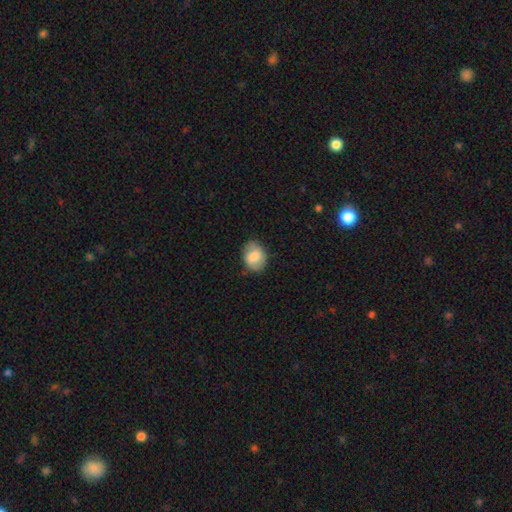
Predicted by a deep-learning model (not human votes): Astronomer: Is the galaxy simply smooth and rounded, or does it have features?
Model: smooth — 76%.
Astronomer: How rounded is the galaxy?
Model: in between — 61% (runner-up: round, 38%).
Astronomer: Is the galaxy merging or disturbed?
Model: none — 79%.